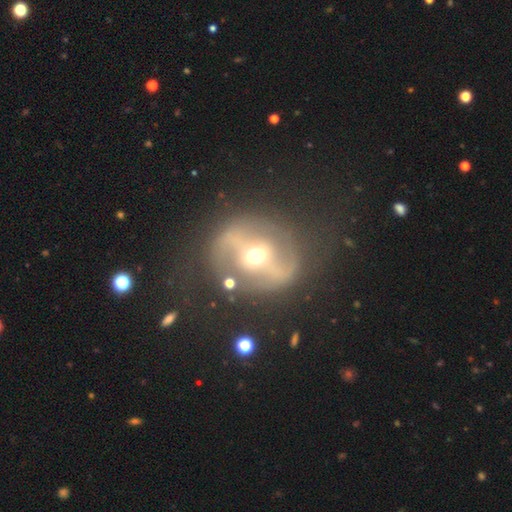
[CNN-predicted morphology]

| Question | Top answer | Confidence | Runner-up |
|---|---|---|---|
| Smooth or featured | featured or disk | 78% | smooth (14%) |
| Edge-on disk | no | 92% | yes (8%) |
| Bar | strong | 58% | weak (28%) |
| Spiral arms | yes | 62% | no (38%) |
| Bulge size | moderate | 72% | small (13%) |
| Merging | none | 75% | minor disturbance (13%) |